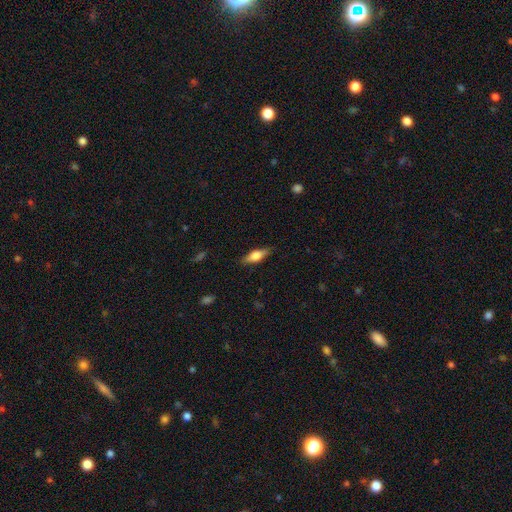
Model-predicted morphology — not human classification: Q: Smooth or featured?
A: smooth (54%); runner-up: featured or disk (39%)
Q: How rounded?
A: in between (58%); runner-up: cigar-shaped (39%)
Q: Merging?
A: none (84%); runner-up: minor disturbance (12%)